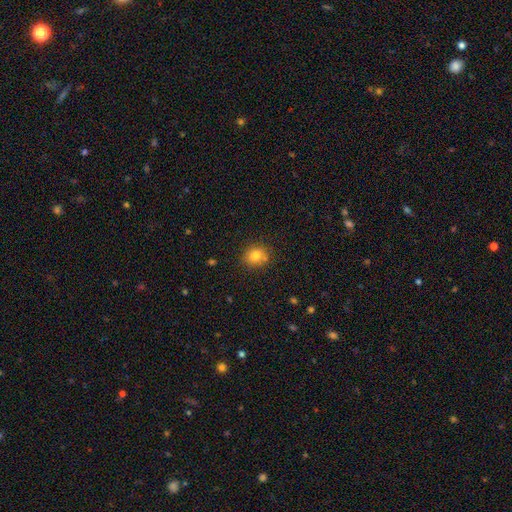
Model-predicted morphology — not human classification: smooth-or-featured: smooth: 78% | star or artifact: 13% | featured or disk: 9%
  how-rounded: round: 74% | in between: 25% | cigar-shaped: 1%
  merging: none: 79% | minor disturbance: 13% | merger: 5% | major disturbance: 3%